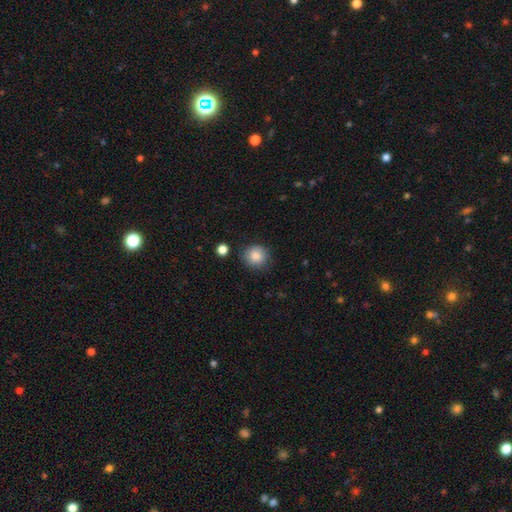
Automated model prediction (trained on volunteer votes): smooth 86%, star or artifact 8%, featured or disk 5%. Down the decision tree: how rounded — round (88%); merging — none (84%).